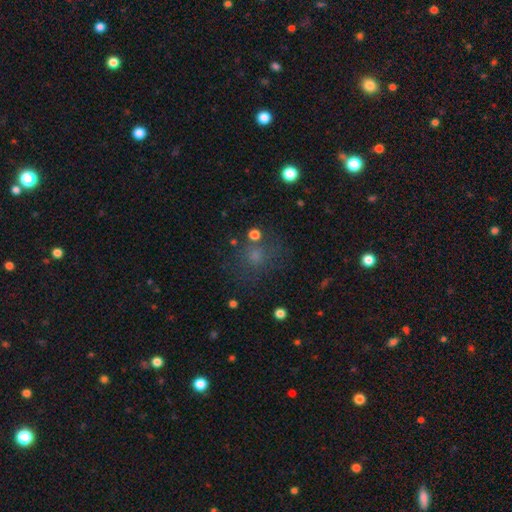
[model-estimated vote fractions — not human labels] This appears to be a smooth galaxy with no disk features (58%) that is round (81%). Merging: none (70%).